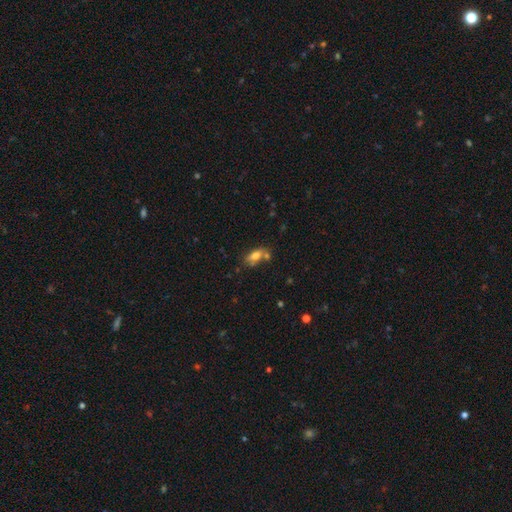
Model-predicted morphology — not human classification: smooth_or_featured: smooth (p=0.72) [alt: featured or disk p=0.19]
how_rounded: in between (p=0.83) [alt: cigar-shaped p=0.11]
merging: none (p=0.52) [alt: merger p=0.26]